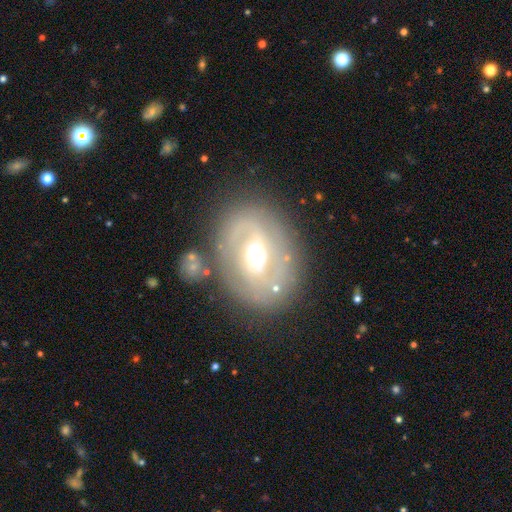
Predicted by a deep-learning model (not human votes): Morphology: type=featured or disk (74%); edge-on=no (95%); bar=weak (44%); spiral arms=yes (68%); bulge=moderate (59%); merging=none (72%).